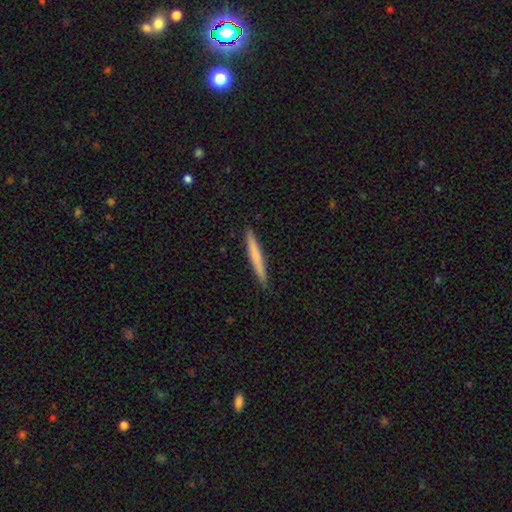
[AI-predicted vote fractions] smooth 69%, featured or disk 26%, star or artifact 5%. Down the decision tree: how rounded — cigar-shaped (97%); merging — none (92%).